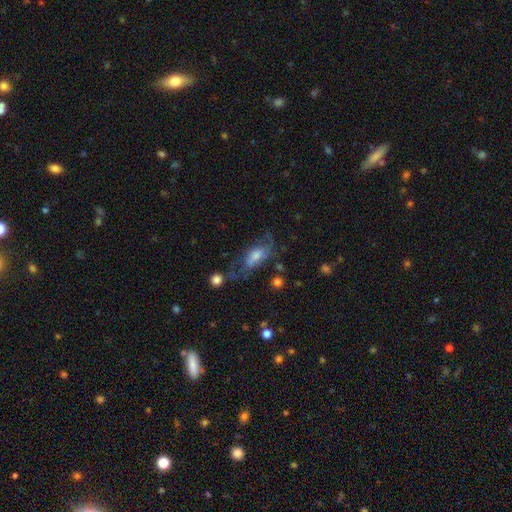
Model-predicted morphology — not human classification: smooth_or_featured: featured or disk (p=0.50) [alt: smooth p=0.38]
disk_edge_on: no (p=0.85) [alt: yes p=0.15]
merging: none (p=0.44) [alt: major disturbance p=0.26]